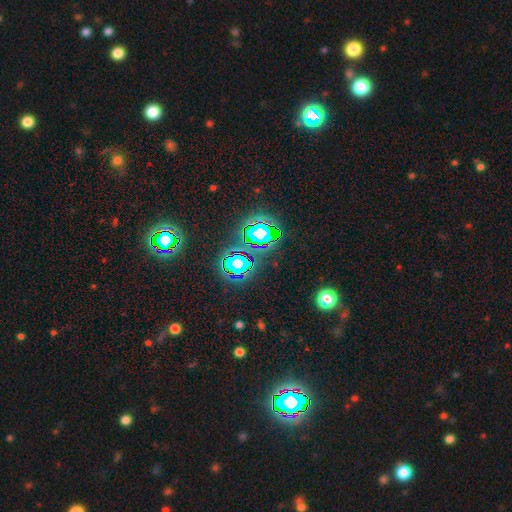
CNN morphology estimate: Smooth or featured? Predicted: star or artifact (p=0.80).